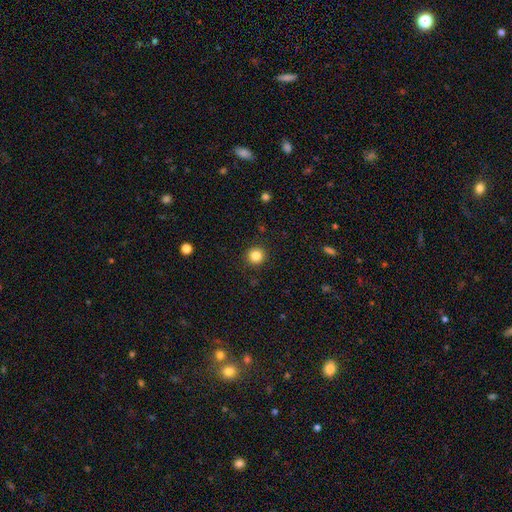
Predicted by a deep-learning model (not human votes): Smooth or featured: smooth — 85% (star or artifact — 11%)
How rounded: round — 94% (in between — 5%)
Merging: none — 91% (minor disturbance — 6%)